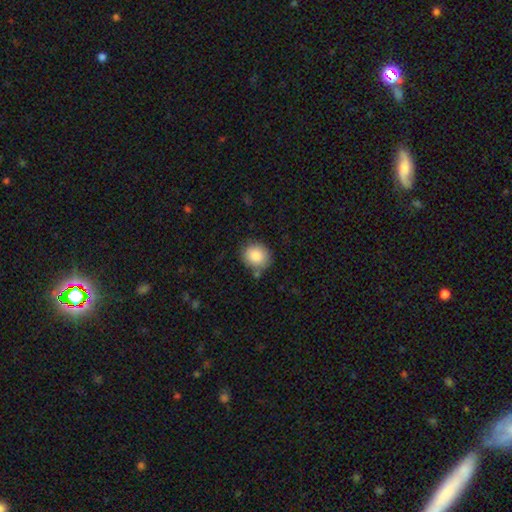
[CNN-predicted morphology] A smooth galaxy with no disk features (86%) that is round (79%). Merging: none (79%).